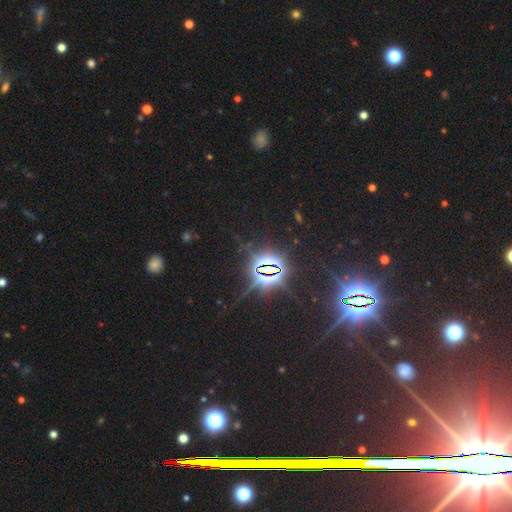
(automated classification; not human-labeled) This appears to be a star or artifact, not a galaxy (82%).